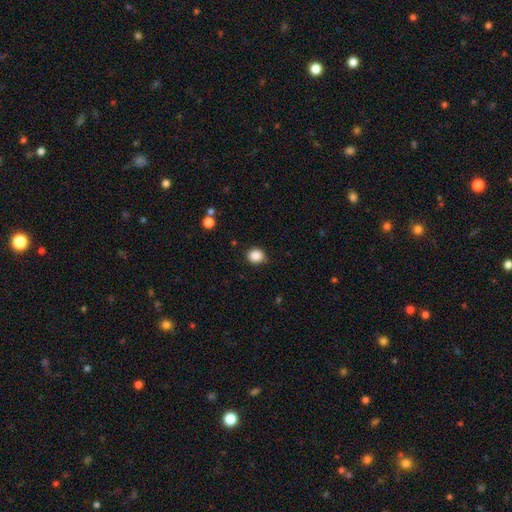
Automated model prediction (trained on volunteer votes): This appears to be a smooth galaxy with no disk features (88%) that is round (69%). Merging: none (81%).